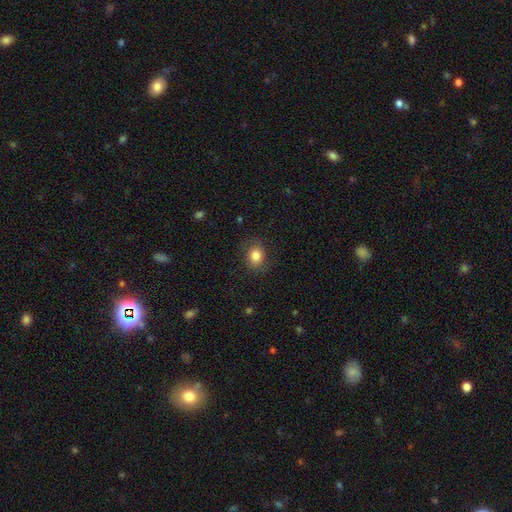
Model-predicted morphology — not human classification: Overall: smooth (83%). How rounded: round (54%; in between 45%). Merging: none (81%).